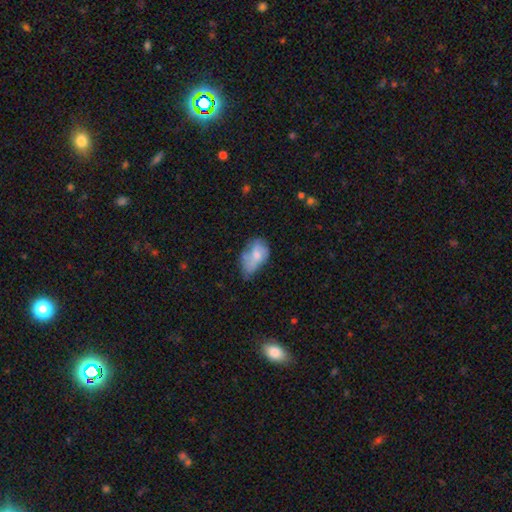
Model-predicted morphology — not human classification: type=smooth (64%); roundness=in between (88%); merging=minor disturbance (40%).